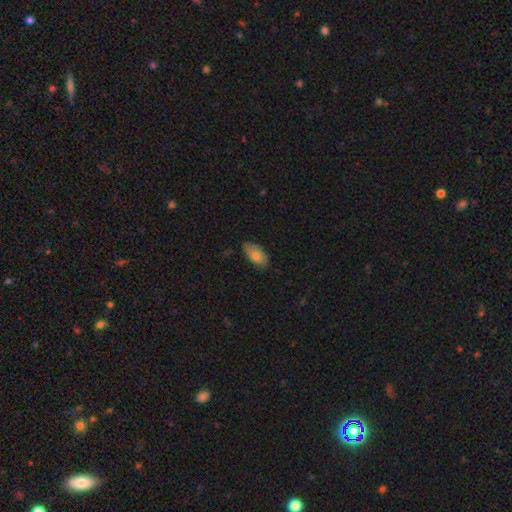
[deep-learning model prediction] Smooth or featured? Predicted: smooth (p=0.75). How rounded? Predicted: in between (p=0.92). Merging? Predicted: none (p=0.76).